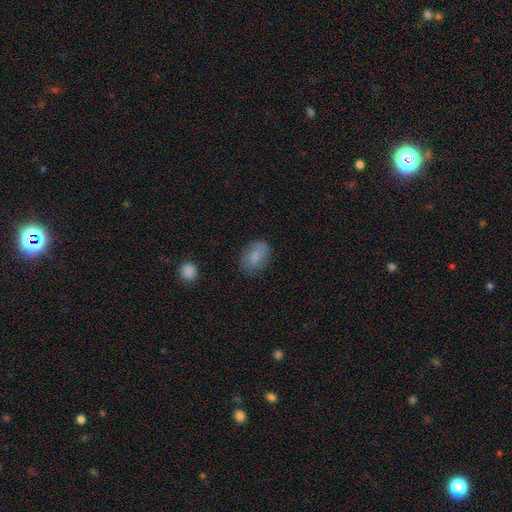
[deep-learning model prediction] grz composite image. It shows a smooth galaxy with no disk features (81%) that is in between round and cigar-shaped (82%). Merging: none (74%).